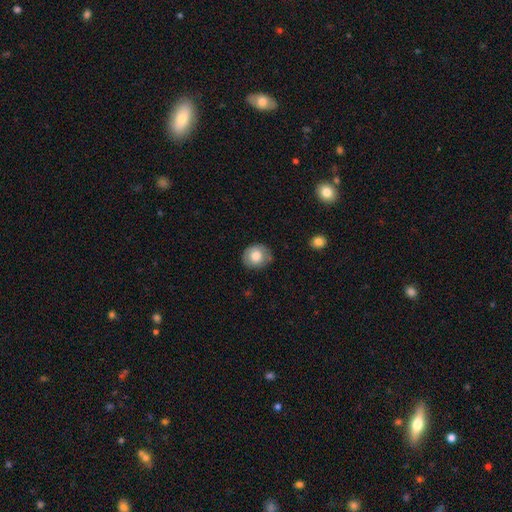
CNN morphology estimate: Smooth or featured?
  - smooth: 76% *
  - featured or disk: 16%
  - star or artifact: 8%
How rounded?
  - round: 74% *
  - in between: 25%
  - cigar-shaped: 1%
Merging?
  - none: 78% *
  - minor disturbance: 17%
  - major disturbance: 3%
  - merger: 1%